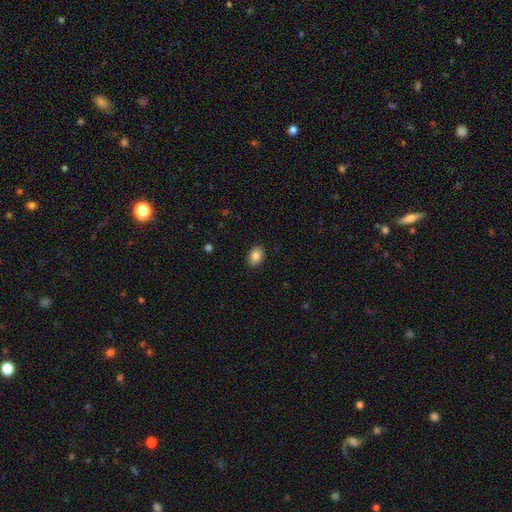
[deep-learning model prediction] smooth_or_featured: smooth (p=0.86) [alt: star or artifact p=0.08]
how_rounded: in between (p=0.83) [alt: round p=0.16]
merging: none (p=0.89) [alt: minor disturbance p=0.08]